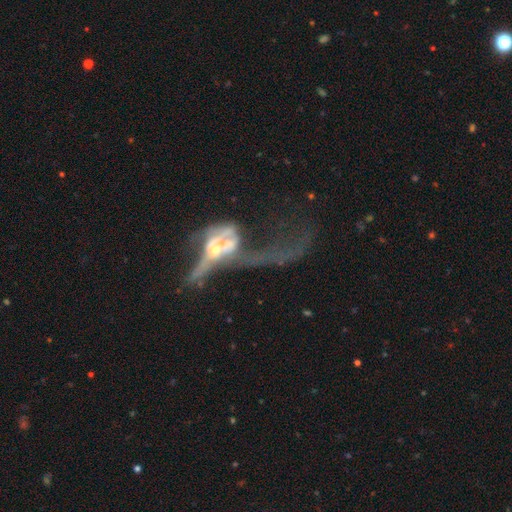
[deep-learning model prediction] This appears to be a featured or disk galaxy (68%) with no bar (73%), no spiral arms (60%) and a moderate central bulge (48%). Merging: merger (43%).